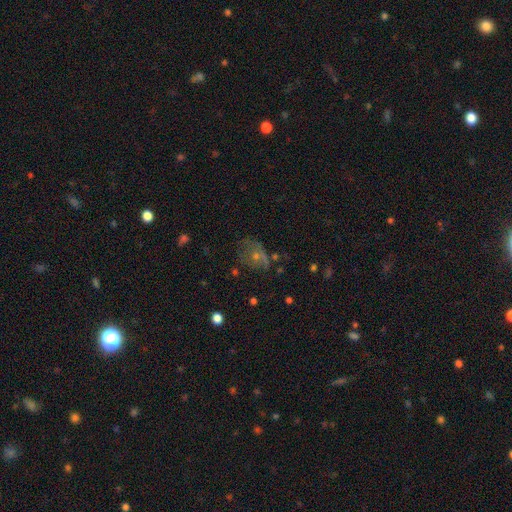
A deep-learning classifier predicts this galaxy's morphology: The model was most divided on "smooth or featured": featured or disk: 38%, smooth: 35%, star or artifact: 27%. Remaining: merging — none (49%).